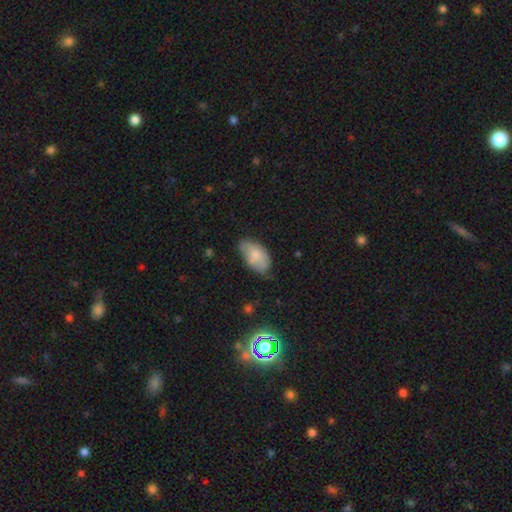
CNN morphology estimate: Smooth or featured? smooth (73%)
How rounded? in between (94%)
Merging? none (57%)